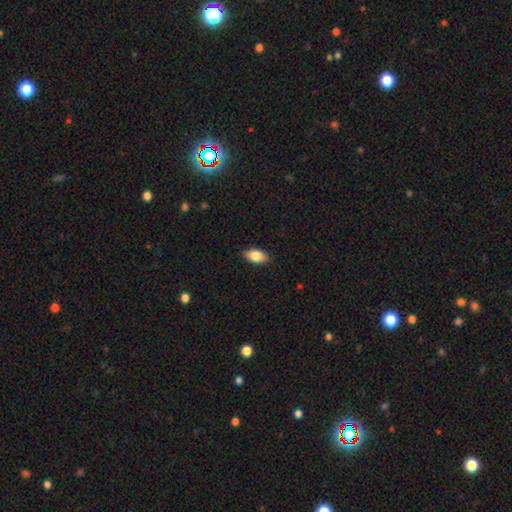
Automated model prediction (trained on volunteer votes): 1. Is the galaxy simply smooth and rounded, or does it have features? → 85% smooth, 8% featured or disk, 7% star or artifact.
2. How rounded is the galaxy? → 91% in between, 6% round, 3% cigar-shaped.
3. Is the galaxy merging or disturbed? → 87% none, 10% minor disturbance, 2% major disturbance, 1% merger.